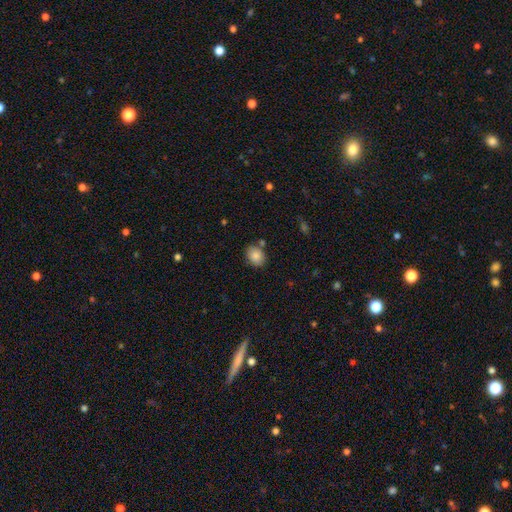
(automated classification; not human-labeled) Smooth or featured?
  - smooth: 85% *
  - star or artifact: 8%
  - featured or disk: 6%
How rounded?
  - in between: 52% *
  - round: 47%
  - cigar-shaped: 1%
Merging?
  - none: 77% *
  - minor disturbance: 12%
  - merger: 7%
  - major disturbance: 3%